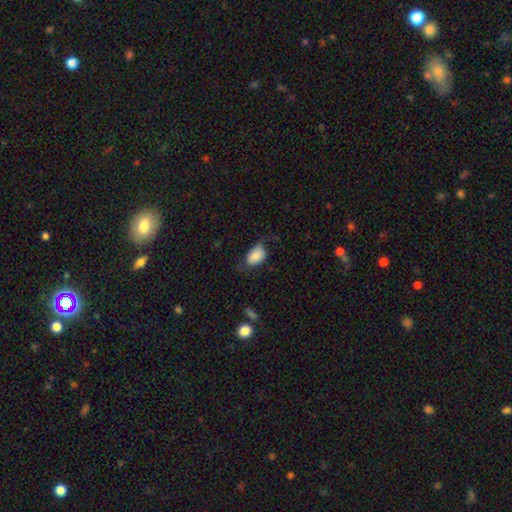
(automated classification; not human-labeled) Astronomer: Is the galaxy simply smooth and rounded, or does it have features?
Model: smooth — 77%.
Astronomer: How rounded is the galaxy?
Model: in between — 88%.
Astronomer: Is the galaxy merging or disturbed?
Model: none — 41% (runner-up: minor disturbance, 35%).